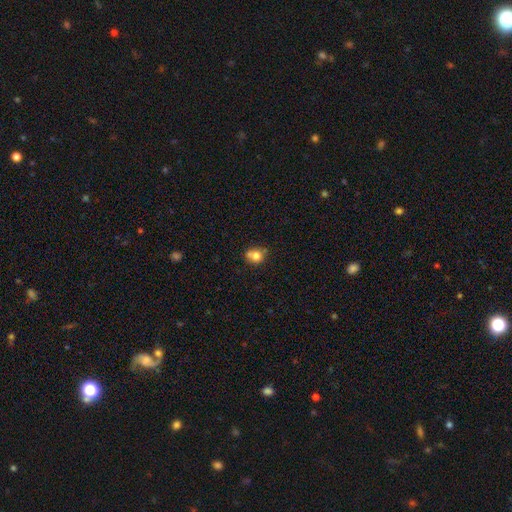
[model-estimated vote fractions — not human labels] Smooth or featured? Predicted: smooth (p=0.76). How rounded? Predicted: round (p=0.74). Merging? Predicted: none (p=0.53).